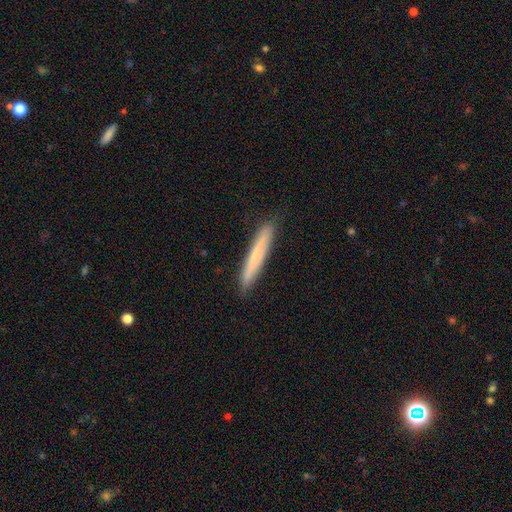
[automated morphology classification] Smooth or featured: smooth — 69% (featured or disk — 25%)
How rounded: cigar-shaped — 96% (in between — 3%)
Merging: none — 90% (minor disturbance — 7%)